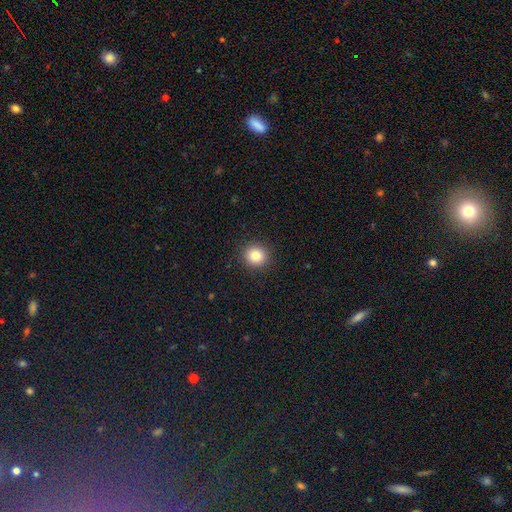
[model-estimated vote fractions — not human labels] Morphology: type=smooth (83%); roundness=round (88%); merging=none (92%).